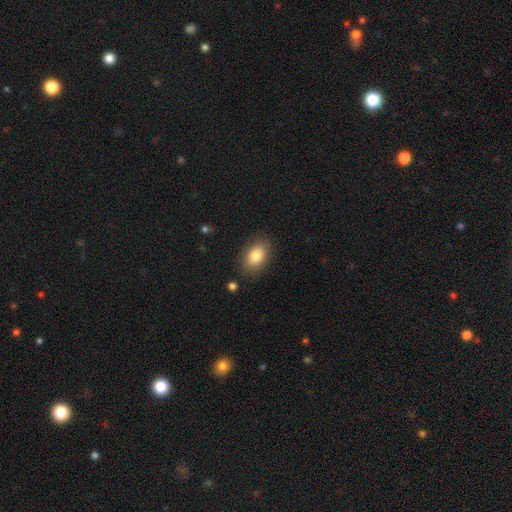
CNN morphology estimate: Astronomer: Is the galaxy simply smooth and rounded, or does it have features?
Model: smooth — 82%.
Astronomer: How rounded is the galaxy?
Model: in between — 88%.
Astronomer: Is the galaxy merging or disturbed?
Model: none — 86%.